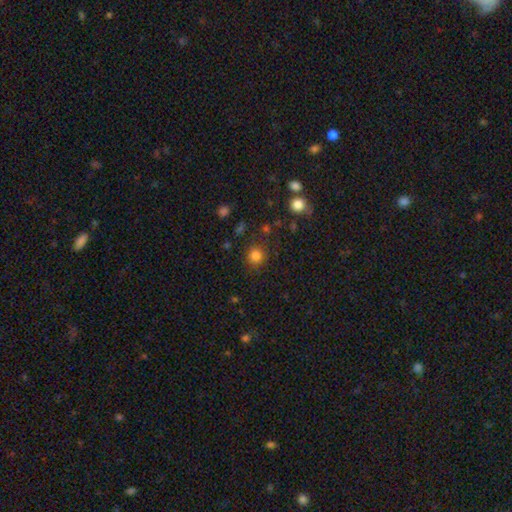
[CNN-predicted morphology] smooth-or-featured: smooth: 82% | star or artifact: 13% | featured or disk: 5%
  how-rounded: round: 91% | in between: 8% | cigar-shaped: 1%
  merging: none: 87% | minor disturbance: 8% | major disturbance: 3% | merger: 2%